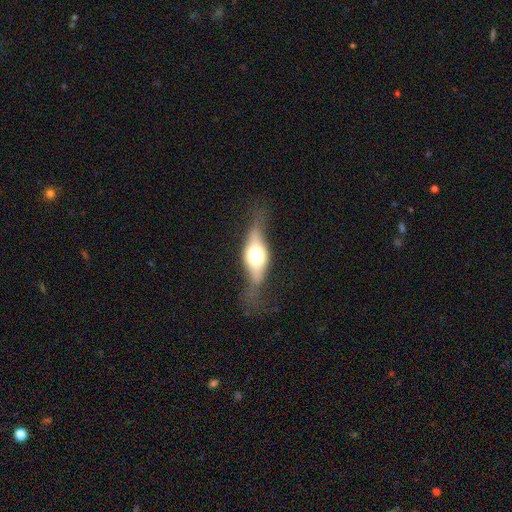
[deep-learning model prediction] smooth-or-featured: featured or disk: 61% | smooth: 31% | star or artifact: 7%
  disk-edge-on: yes: 83% | no: 17%
    edge-on-bulge: rounded: 88% | boxy: 10% | none: 2%
  merging: none: 54% | minor disturbance: 24% | major disturbance: 20% | merger: 3%